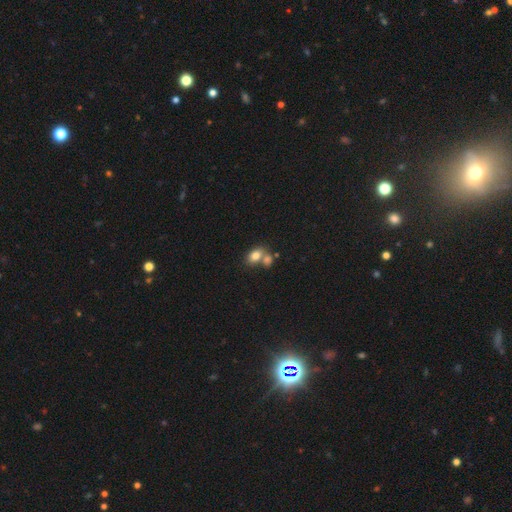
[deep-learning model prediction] This is likely a smooth galaxy (80%). How rounded: likely in between (78%). Merging: possibly merger (47%).